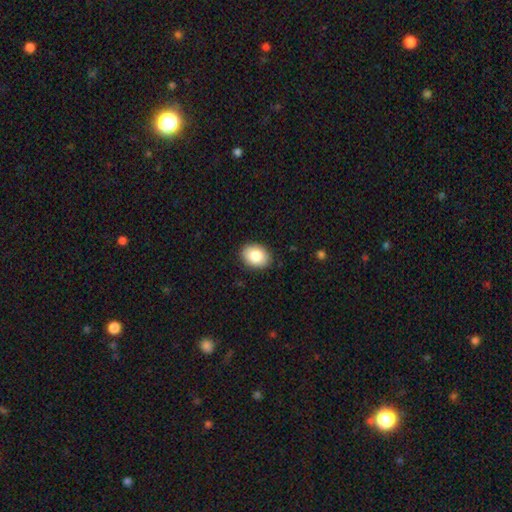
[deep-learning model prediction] Smooth or featured? smooth (84%)
How rounded? in between (69%)
Merging? none (89%)